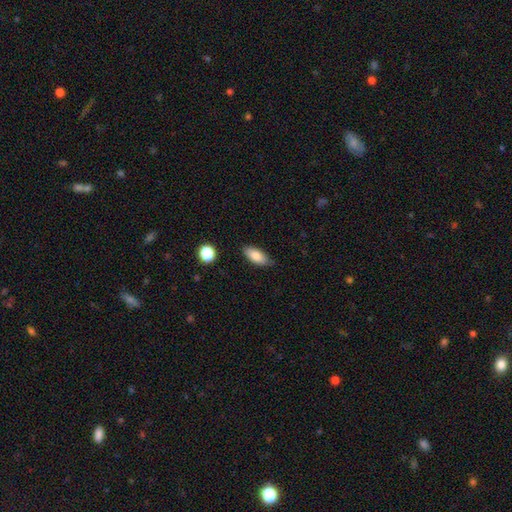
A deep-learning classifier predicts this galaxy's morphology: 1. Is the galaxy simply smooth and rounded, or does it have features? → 82% smooth, 10% featured or disk, 8% star or artifact.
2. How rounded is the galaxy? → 85% in between, 12% cigar-shaped, 3% round.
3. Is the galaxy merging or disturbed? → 82% none, 14% minor disturbance, 2% major disturbance, 2% merger.